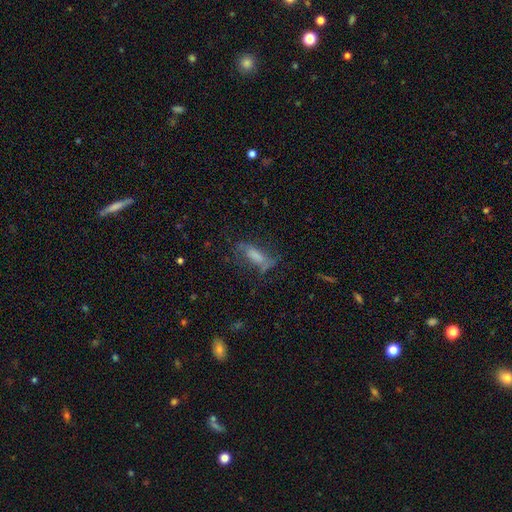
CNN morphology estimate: smooth_or_featured: smooth (p=0.41) [tied with: featured or disk p=0.41]
merging: none (p=0.54) [alt: minor disturbance p=0.22]